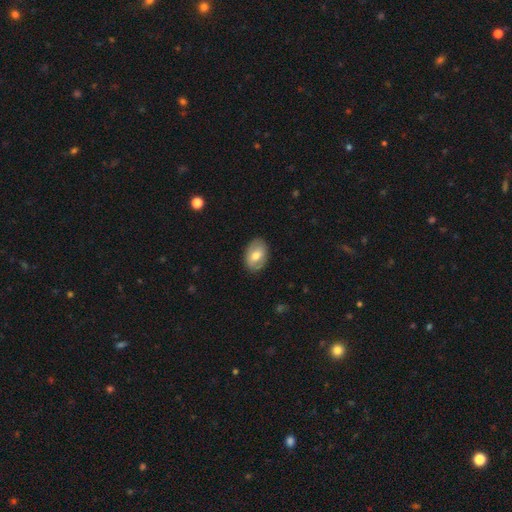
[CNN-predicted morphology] smooth_or_featured: smooth (p=0.61) [alt: featured or disk p=0.32]
how_rounded: in between (p=0.83) [alt: round p=0.16]
merging: none (p=0.84) [alt: minor disturbance p=0.12]